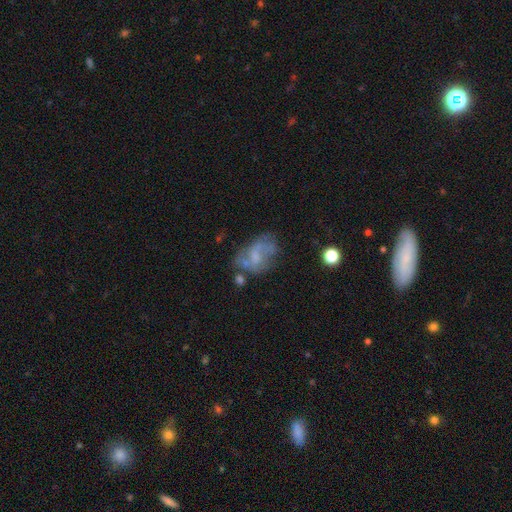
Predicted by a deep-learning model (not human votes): Smooth or featured? Predicted: featured or disk (p=0.56). Edge-on disk? Predicted: no (p=0.97). Bar? Predicted: no (p=0.59). Spiral arms? Predicted: no (p=0.51). Bulge size? Predicted: none (p=0.42). Merging? Predicted: none (p=0.39).